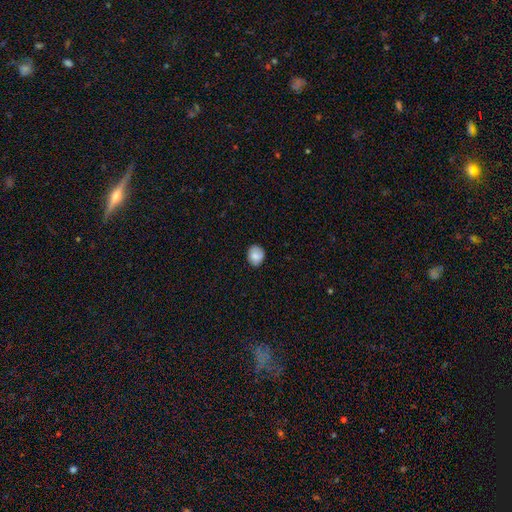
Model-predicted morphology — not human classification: A smooth galaxy with no disk features (82%) that is round (71%). Merging: none (84%).